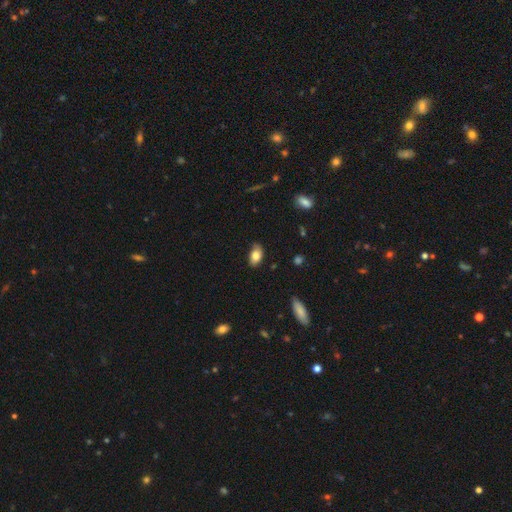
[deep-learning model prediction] This appears to be a smooth galaxy with no disk features (80%) that is in between round and cigar-shaped (91%). Merging: none (71%).